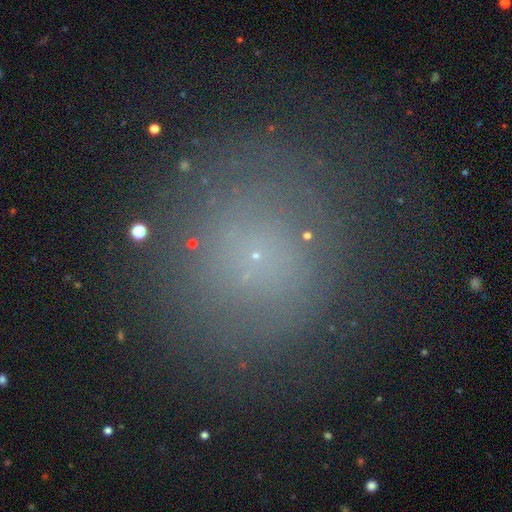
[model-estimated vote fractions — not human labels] The model was most divided on "smooth or featured": smooth: 54%, star or artifact: 28%, featured or disk: 18%. More confident: how rounded — round (87%); merging — none (79%).